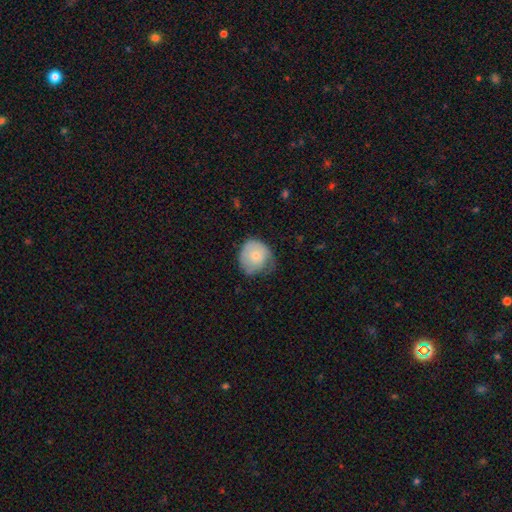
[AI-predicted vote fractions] Smooth or featured? smooth (71%)
How rounded? round (79%)
Merging? none (46%)